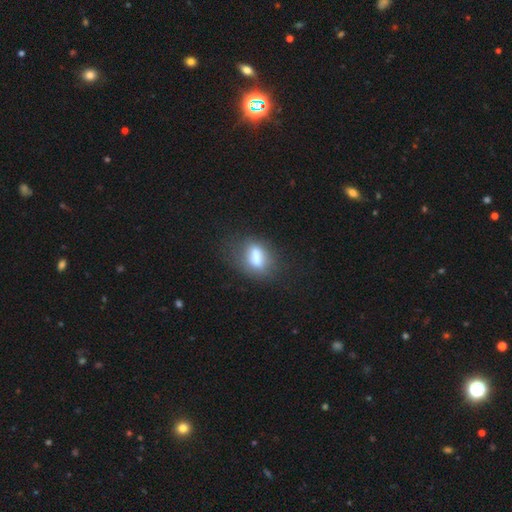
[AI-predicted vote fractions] This appears to be a smooth galaxy with no disk features (64%) that is in between round and cigar-shaped (68%). Merging: none (50%).